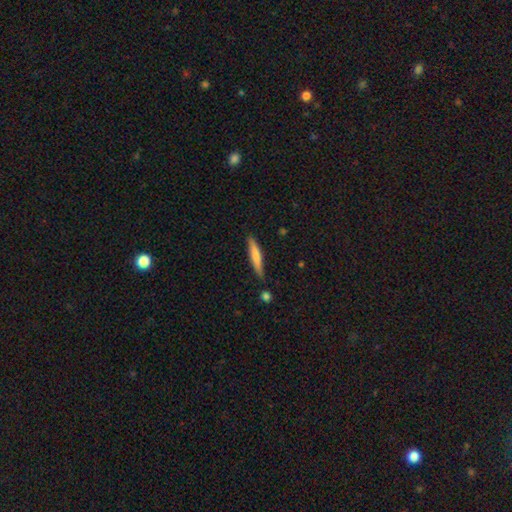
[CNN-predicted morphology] This appears to be a smooth galaxy with no disk features (68%) that is cigar-shaped (90%). Merging: none (82%).